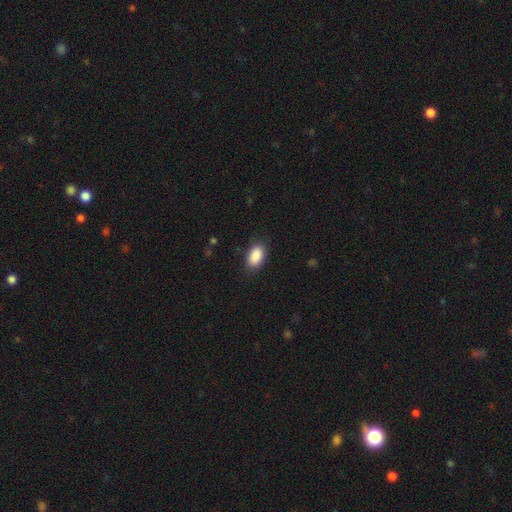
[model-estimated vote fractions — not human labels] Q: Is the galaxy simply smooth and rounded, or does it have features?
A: smooth — 90%.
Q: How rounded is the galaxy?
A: in between — 93%.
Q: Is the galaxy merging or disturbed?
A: none — 85%.